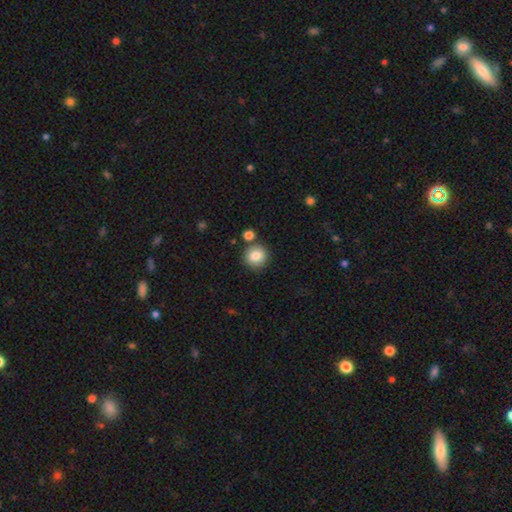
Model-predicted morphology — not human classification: The model was most divided on "merging": none: 80%, merger: 10%, minor disturbance: 8%, major disturbance: 2%. More confident: how rounded — round (90%); smooth or featured — smooth (84%).